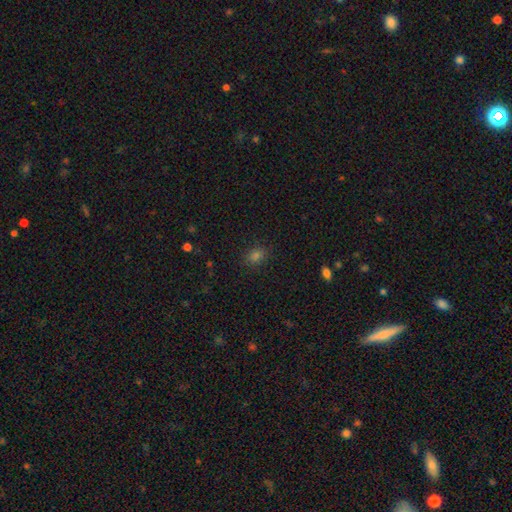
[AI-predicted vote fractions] Q: Smooth or featured?
A: smooth (76%); runner-up: star or artifact (19%)
Q: How rounded?
A: in between (63%); runner-up: round (35%)
Q: Merging?
A: none (86%); runner-up: minor disturbance (10%)